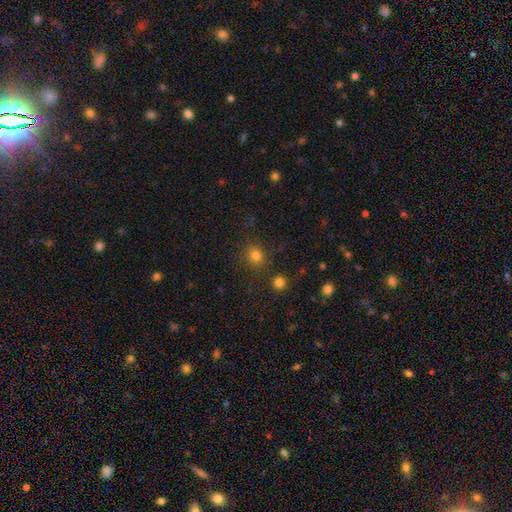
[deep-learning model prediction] Q: Smooth or featured?
A: smooth (80%); runner-up: star or artifact (15%)
Q: How rounded?
A: round (87%); runner-up: in between (12%)
Q: Merging?
A: none (84%); runner-up: minor disturbance (8%)